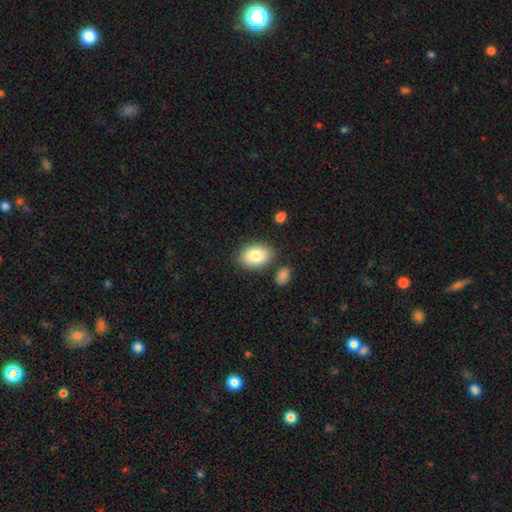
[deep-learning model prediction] Smooth or featured?
  - smooth: 85% *
  - featured or disk: 9%
  - star or artifact: 7%
How rounded?
  - in between: 84% *
  - round: 15%
  - cigar-shaped: 1%
Merging?
  - none: 80% *
  - minor disturbance: 11%
  - merger: 5%
  - major disturbance: 3%